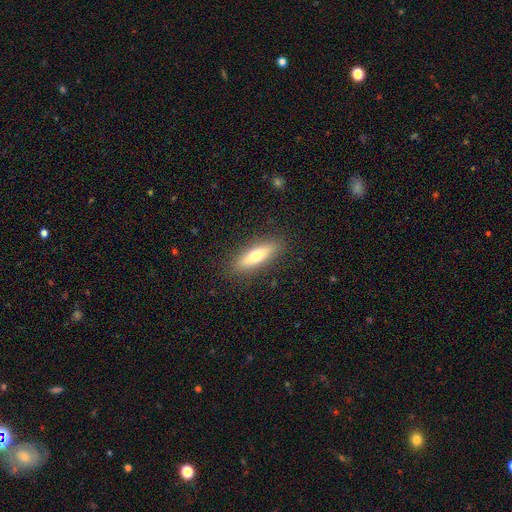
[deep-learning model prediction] Overall: smooth (62%; featured or disk 31%). How rounded: cigar-shaped (62%; in between 36%). Merging: none (89%).